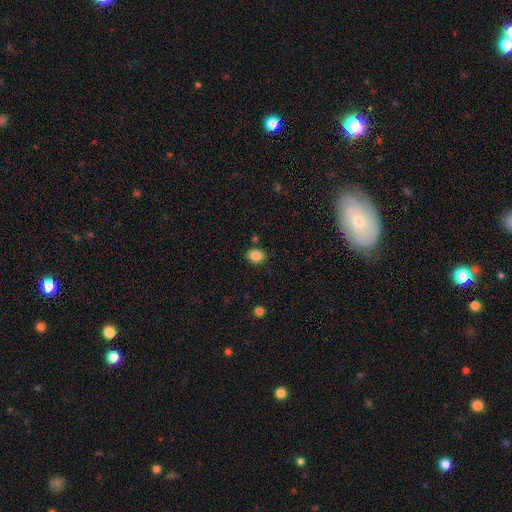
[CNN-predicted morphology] Smooth or featured?
  - smooth: 84% *
  - star or artifact: 10%
  - featured or disk: 7%
How rounded?
  - round: 52% *
  - in between: 47%
  - cigar-shaped: 1%
Merging?
  - none: 84% *
  - minor disturbance: 10%
  - merger: 4%
  - major disturbance: 2%